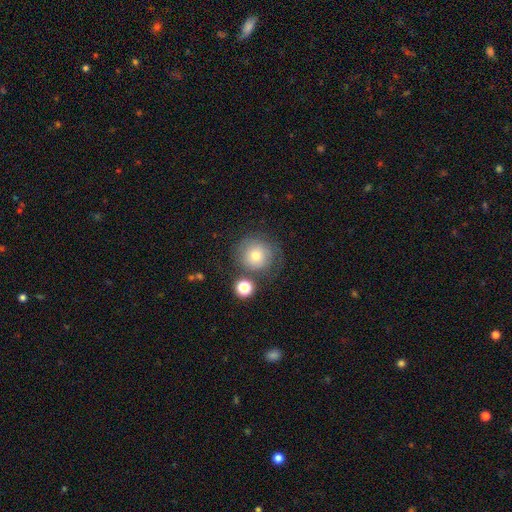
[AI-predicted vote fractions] Smooth or featured?
  - smooth: 65% *
  - featured or disk: 24%
  - star or artifact: 11%
How rounded?
  - round: 92% *
  - in between: 7%
  - cigar-shaped: 1%
Merging?
  - none: 63% *
  - minor disturbance: 17%
  - major disturbance: 11%
  - merger: 9%